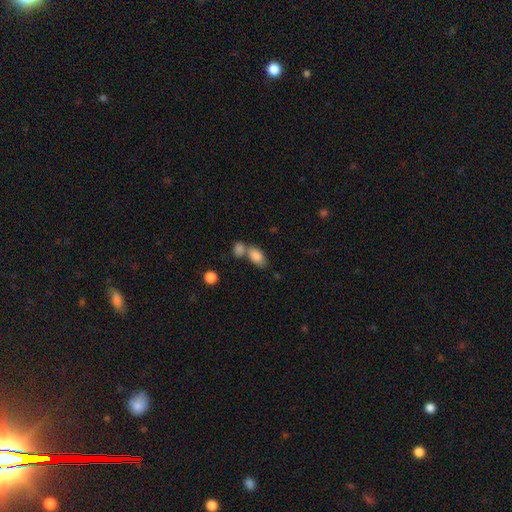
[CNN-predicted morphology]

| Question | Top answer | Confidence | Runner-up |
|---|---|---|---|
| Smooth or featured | smooth | 84% | featured or disk (9%) |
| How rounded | in between | 90% | round (7%) |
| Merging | none | 43% | merger (42%) |